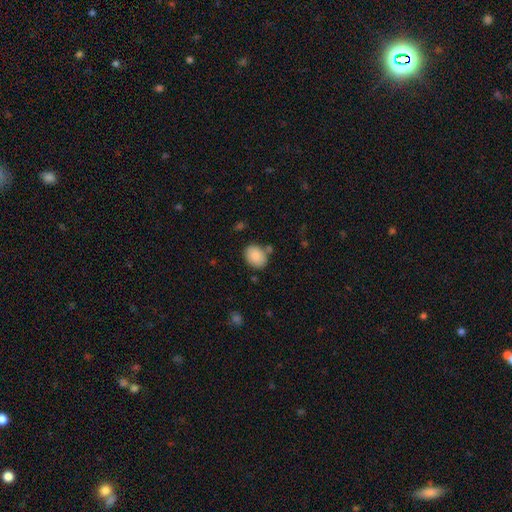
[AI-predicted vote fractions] Smooth or featured? Predicted: smooth (p=0.86). How rounded? Predicted: in between (p=0.51). Merging? Predicted: none (p=0.74).